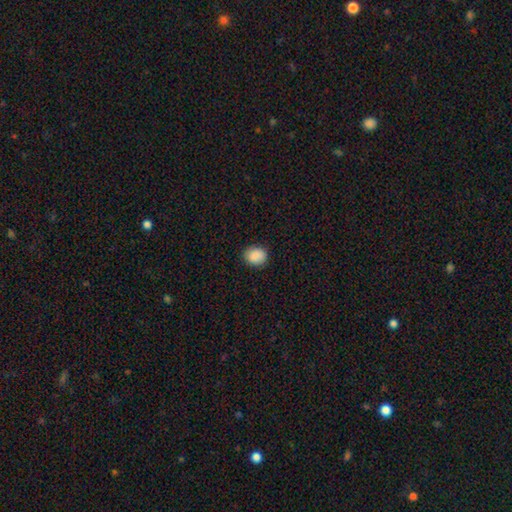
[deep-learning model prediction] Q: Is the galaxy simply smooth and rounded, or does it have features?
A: smooth — 89%.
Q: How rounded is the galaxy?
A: round — 66%.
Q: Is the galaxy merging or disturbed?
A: none — 87%.